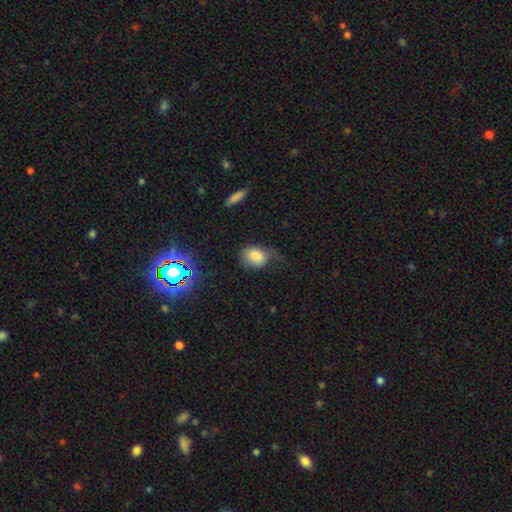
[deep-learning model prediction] smooth 81%, star or artifact 10%, featured or disk 9%. Down the decision tree: how rounded — in between (69%); merging — none (41%).